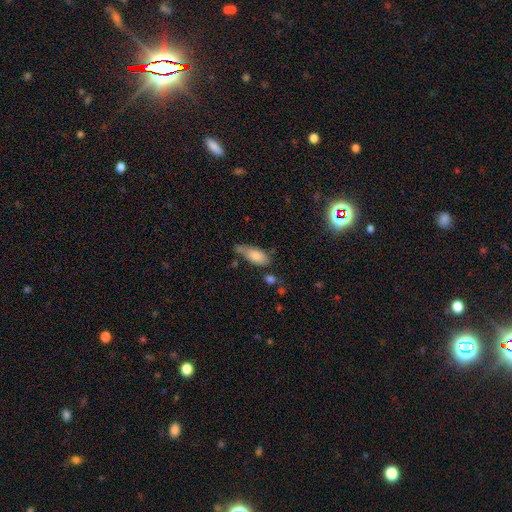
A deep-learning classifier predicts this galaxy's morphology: type=smooth (79%); roundness=in between (79%); merging=none (46%).